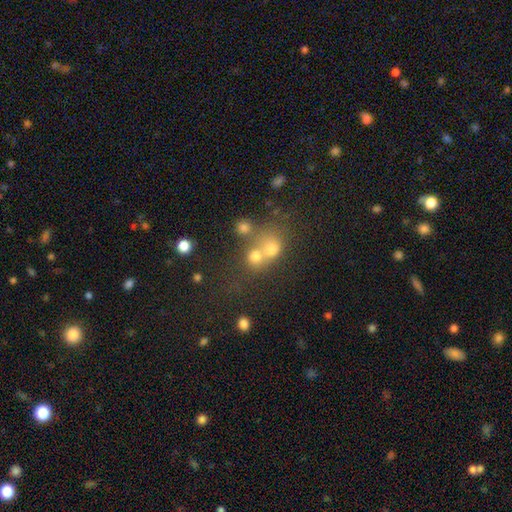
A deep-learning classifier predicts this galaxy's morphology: A smooth galaxy with no disk features (71%) that is round (77%).

Vote fractions:
- Smooth or featured? smooth: 71% / star or artifact: 17% / featured or disk: 13%
- How rounded? round: 77% / in between: 22% / cigar-shaped: 1%
- Merging? merger: 51% / none: 36% / minor disturbance: 8% / major disturbance: 6%